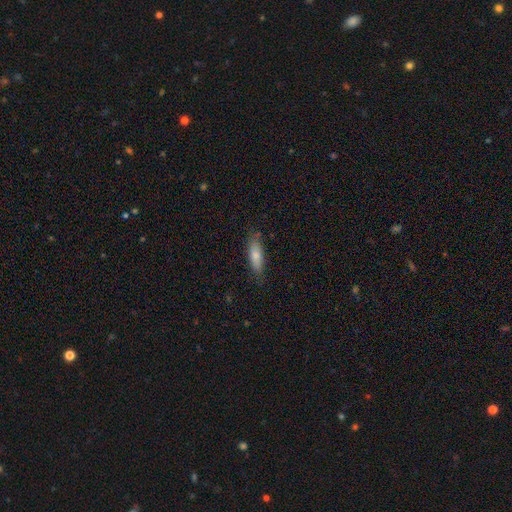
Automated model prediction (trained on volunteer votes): This appears to be a smooth galaxy with no disk features (79%) that is in between round and cigar-shaped (54%). Merging: none (77%).